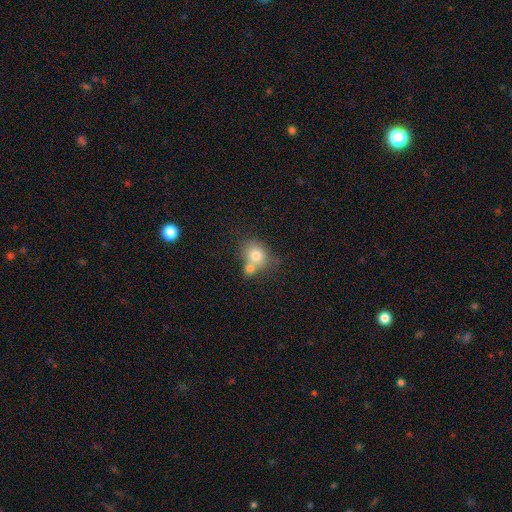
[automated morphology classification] type=smooth (75%); roundness=round (66%); merging=merger (49%).